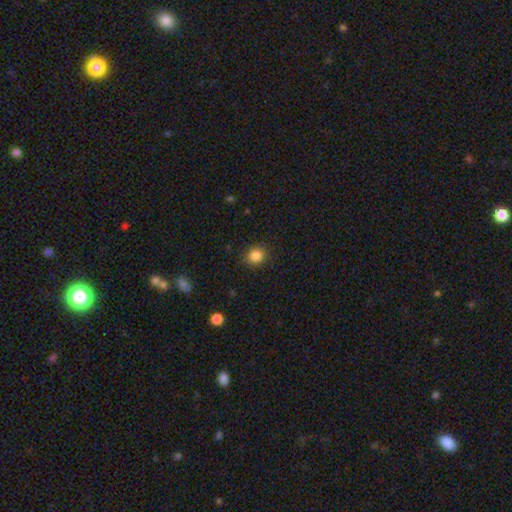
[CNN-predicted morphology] smooth_or_featured: smooth (p=0.85) [alt: star or artifact p=0.11]
how_rounded: round (p=0.84) [alt: in between p=0.15]
merging: none (p=0.89) [alt: minor disturbance p=0.08]